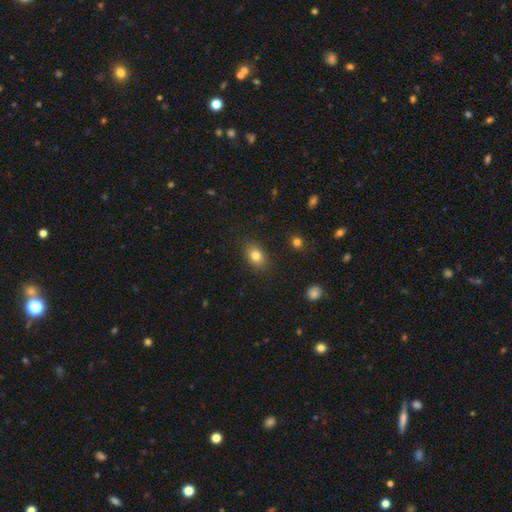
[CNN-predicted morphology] A smooth galaxy with no disk features (81%) that is in between round and cigar-shaped (76%). Merging: none (86%).